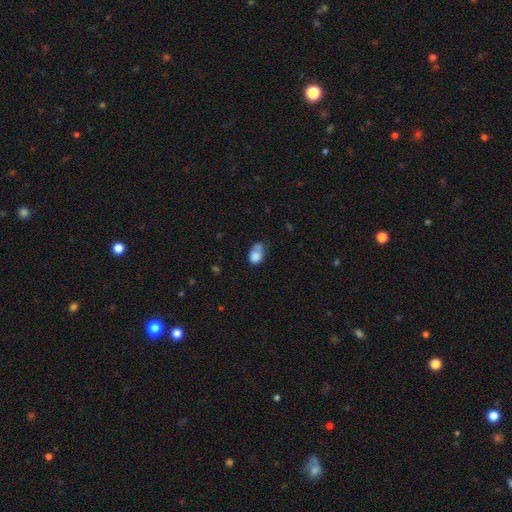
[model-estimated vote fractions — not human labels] Smooth or featured: smooth — 80% (featured or disk — 11%)
How rounded: in between — 69% (round — 29%)
Merging: minor disturbance — 34% (tied with none — 34%)